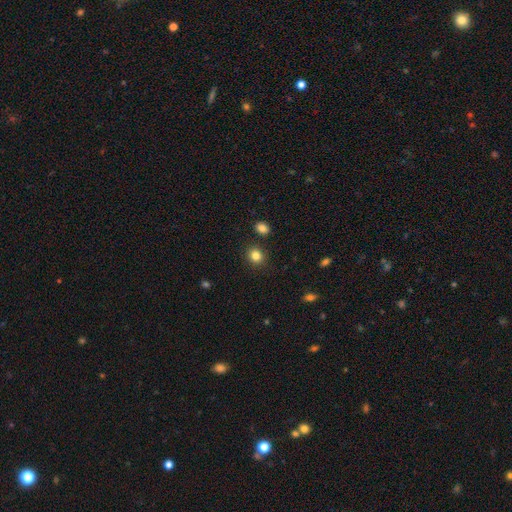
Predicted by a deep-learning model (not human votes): Morphology: type=smooth (84%); roundness=round (80%); merging=none (87%).